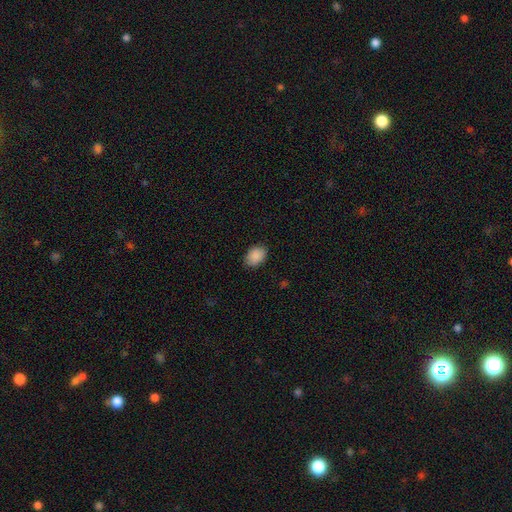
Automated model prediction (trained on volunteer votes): This is clearly a smooth galaxy (90%). How rounded: likely in between (76%). Merging: clearly none (85%).